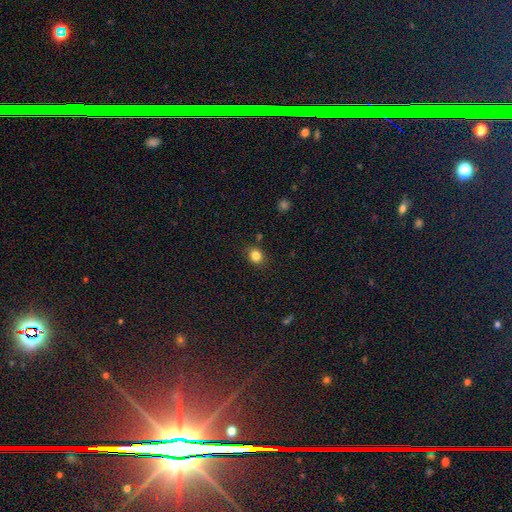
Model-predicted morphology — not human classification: Smooth or featured?
  - smooth: 82% *
  - star or artifact: 12%
  - featured or disk: 6%
How rounded?
  - round: 66% *
  - in between: 33%
  - cigar-shaped: 1%
Merging?
  - none: 84% *
  - minor disturbance: 11%
  - major disturbance: 3%
  - merger: 2%